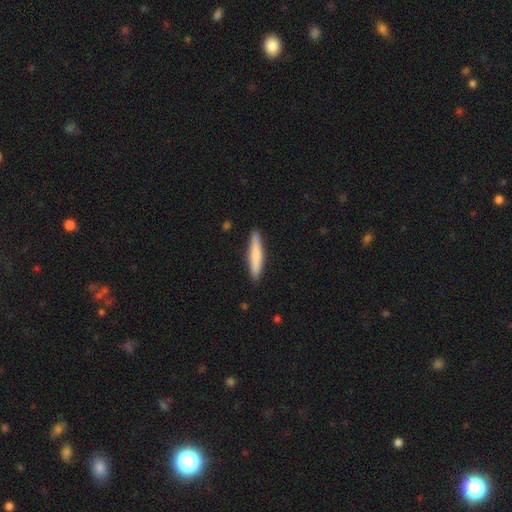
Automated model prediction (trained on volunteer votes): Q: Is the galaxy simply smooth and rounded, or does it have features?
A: smooth — 72%.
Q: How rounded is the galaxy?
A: cigar-shaped — 92%.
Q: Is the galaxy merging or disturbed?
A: none — 89%.